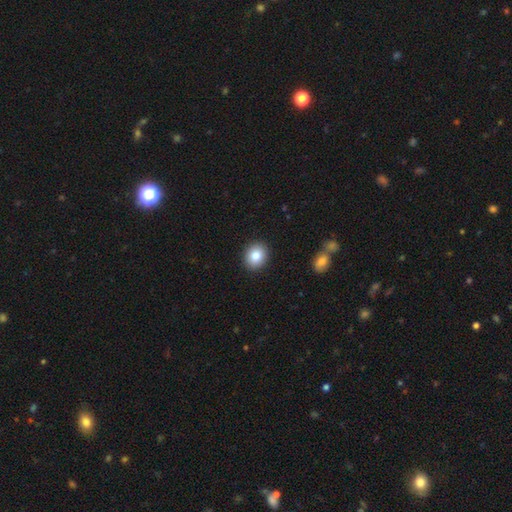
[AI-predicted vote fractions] The model was most divided on "how rounded": round: 67%, in between: 32%, cigar-shaped: 1%. More confident: merging — none (91%); smooth or featured — smooth (83%).